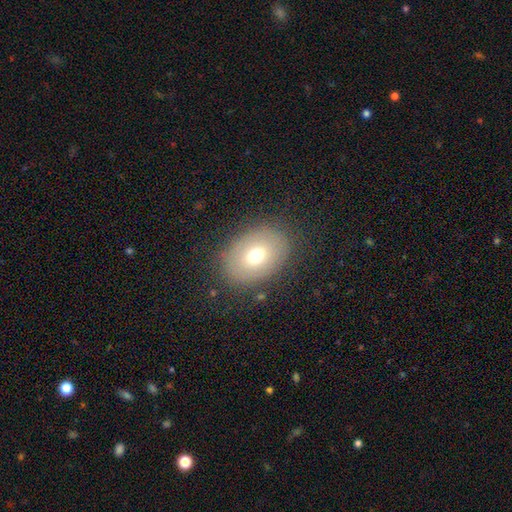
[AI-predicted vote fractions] A smooth galaxy with no disk features (68%) that is in between round and cigar-shaped (75%).

Vote fractions:
- Smooth or featured? smooth: 68% / featured or disk: 21% / star or artifact: 11%
- How rounded? in between: 75% / round: 24% / cigar-shaped: 1%
- Merging? none: 82% / minor disturbance: 12% / major disturbance: 5% / merger: 1%